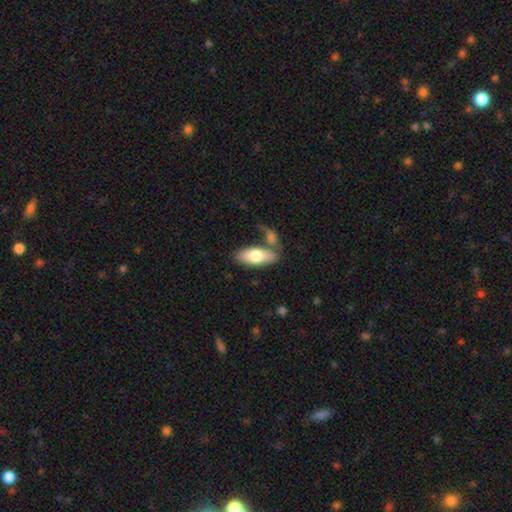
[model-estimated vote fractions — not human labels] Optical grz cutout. It shows a smooth galaxy with no disk features (71%) that is in between round and cigar-shaped (82%). Merging: none (58%).